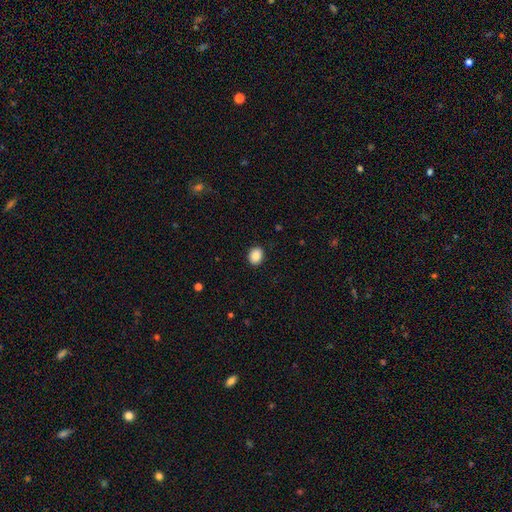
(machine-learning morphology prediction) Smooth or featured? Predicted: smooth (p=0.89). How rounded? Predicted: in between (p=0.52). Merging? Predicted: none (p=0.89).